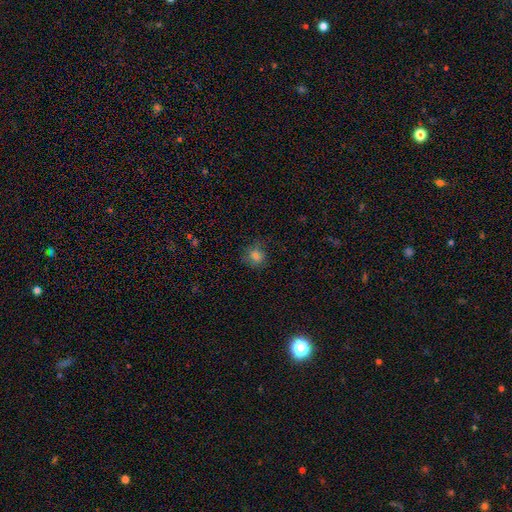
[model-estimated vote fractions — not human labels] Smooth or featured: smooth — 76% (star or artifact — 15%)
How rounded: round — 78% (in between — 21%)
Merging: none — 72% (minor disturbance — 19%)